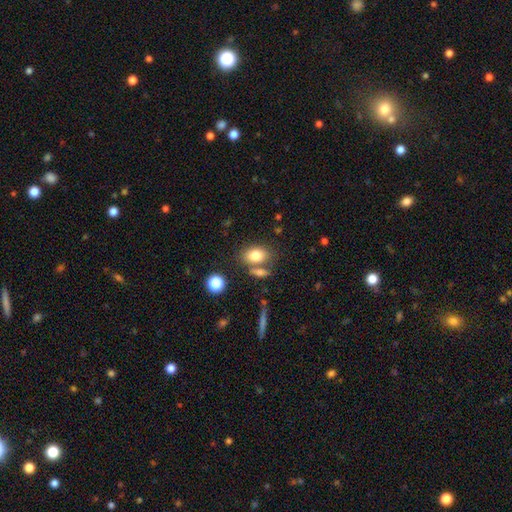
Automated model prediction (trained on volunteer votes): smooth_or_featured: smooth (p=0.80) [alt: featured or disk p=0.10]
how_rounded: in between (p=0.77) [alt: round p=0.21]
merging: none (p=0.61) [alt: merger p=0.22]